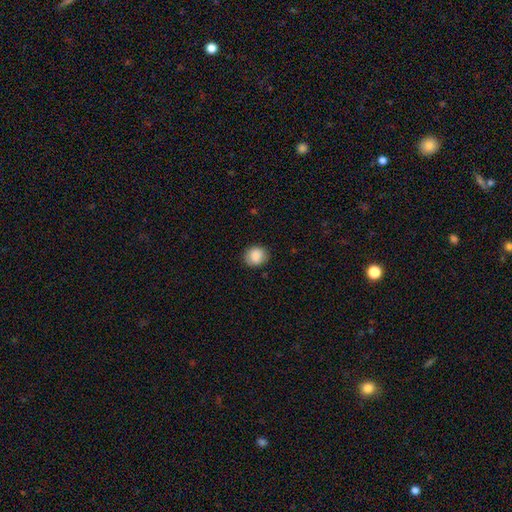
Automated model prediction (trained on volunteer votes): A smooth galaxy with no disk features (87%) that is round (75%). Merging: none (84%).